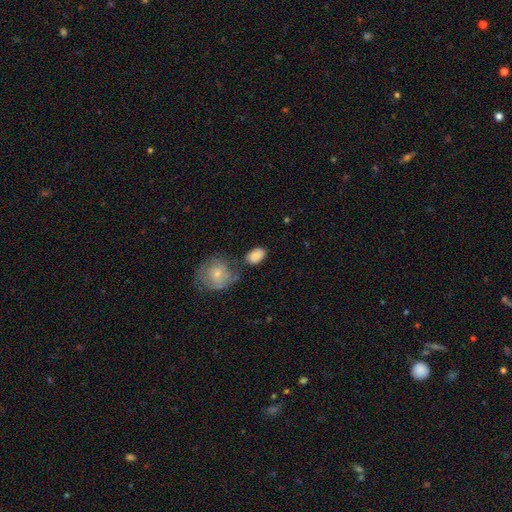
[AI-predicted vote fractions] Overall: smooth (80%). How rounded: in between (79%). Merging: none (58%; minor disturbance 19%).